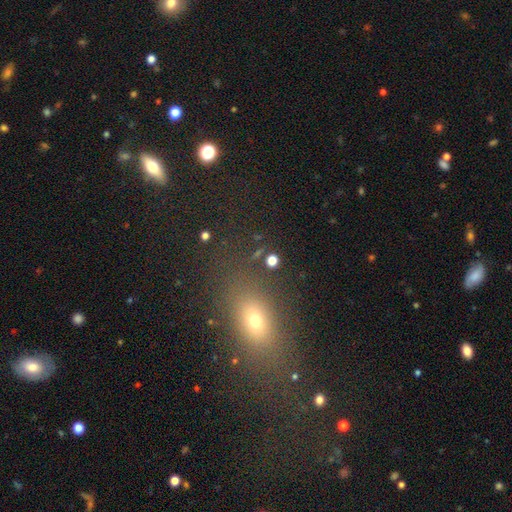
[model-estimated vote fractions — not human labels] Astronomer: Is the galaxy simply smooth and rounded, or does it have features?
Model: smooth — 60%.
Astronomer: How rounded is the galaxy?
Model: in between — 65%.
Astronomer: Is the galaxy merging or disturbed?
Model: none — 76%.